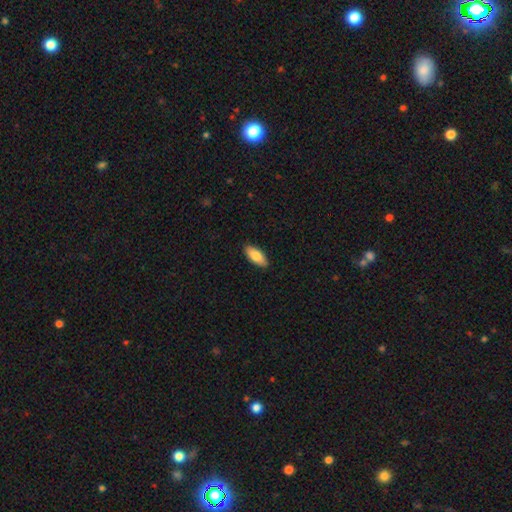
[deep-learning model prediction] Smooth or featured?
  - smooth: 84% *
  - featured or disk: 10%
  - star or artifact: 6%
How rounded?
  - in between: 84% *
  - cigar-shaped: 15%
  - round: 2%
Merging?
  - none: 89% *
  - minor disturbance: 9%
  - major disturbance: 2%
  - merger: 1%